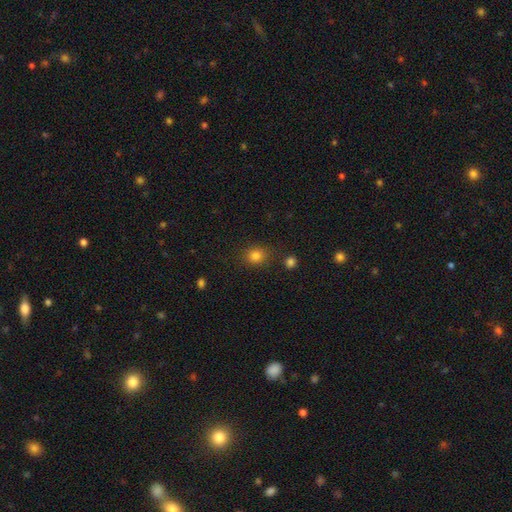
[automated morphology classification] smooth 82%, star or artifact 13%, featured or disk 5%. Down the decision tree: how rounded — round (76%); merging — none (83%).